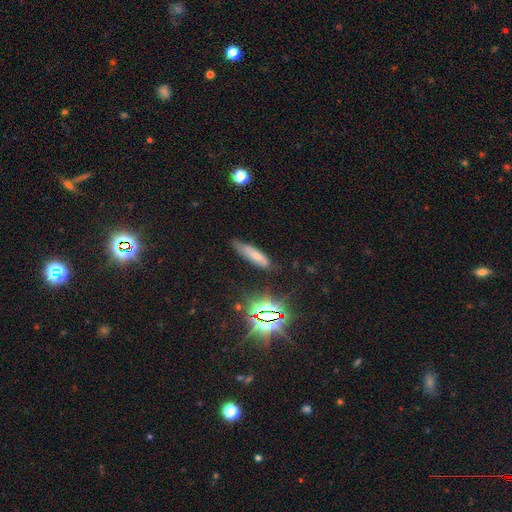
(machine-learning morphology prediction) smooth-or-featured: smooth: 61% | featured or disk: 22% | star or artifact: 16%
  how-rounded: cigar-shaped: 63% | in between: 34% | round: 3%
  merging: none: 64% | minor disturbance: 26% | major disturbance: 7% | merger: 3%